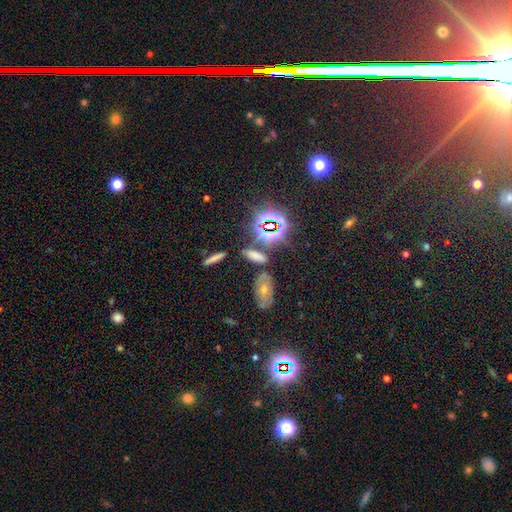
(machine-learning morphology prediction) Smooth or featured: smooth — 49% (star or artifact — 38%)
Merging: none — 70% (minor disturbance — 12%)